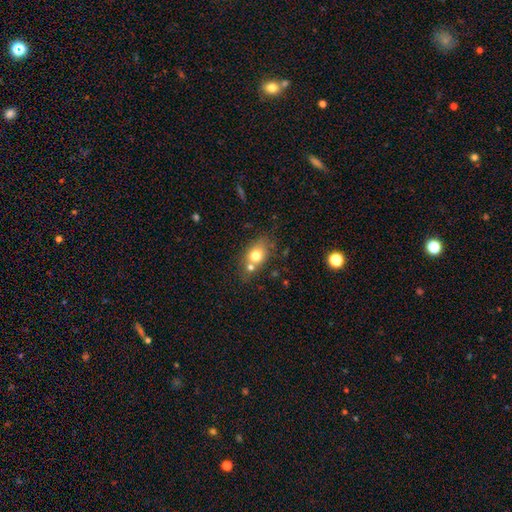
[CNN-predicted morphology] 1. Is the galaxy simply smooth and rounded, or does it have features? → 72% smooth, 18% featured or disk, 10% star or artifact.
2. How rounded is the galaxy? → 63% in between, 34% round, 2% cigar-shaped.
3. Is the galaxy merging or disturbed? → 54% none, 25% merger, 15% minor disturbance, 5% major disturbance.